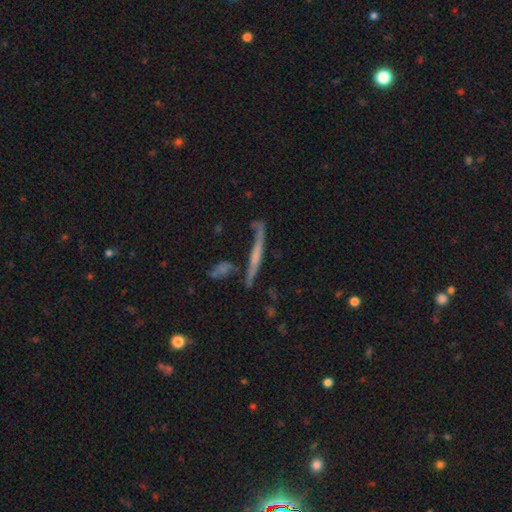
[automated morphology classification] smooth_or_featured: featured or disk (p=0.59) [alt: smooth p=0.31]
disk_edge_on: yes (p=0.90) [alt: no p=0.10]
edge_on_bulge: none (p=0.61) [alt: rounded p=0.26]
merging: none (p=0.65) [alt: minor disturbance p=0.17]